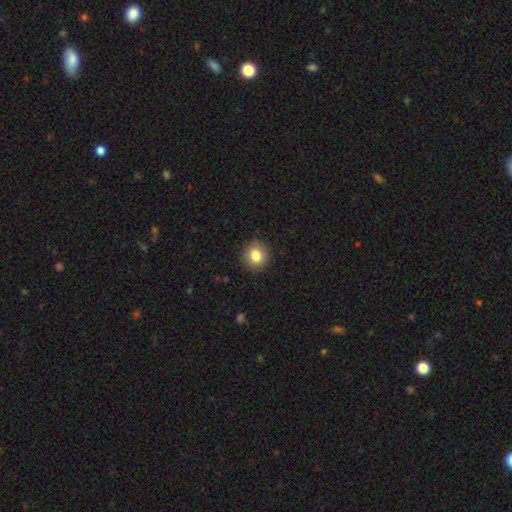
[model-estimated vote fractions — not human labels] The model was most divided on "smooth or featured": smooth: 83%, star or artifact: 10%, featured or disk: 7%. More confident: merging — none (90%); how rounded — round (88%).